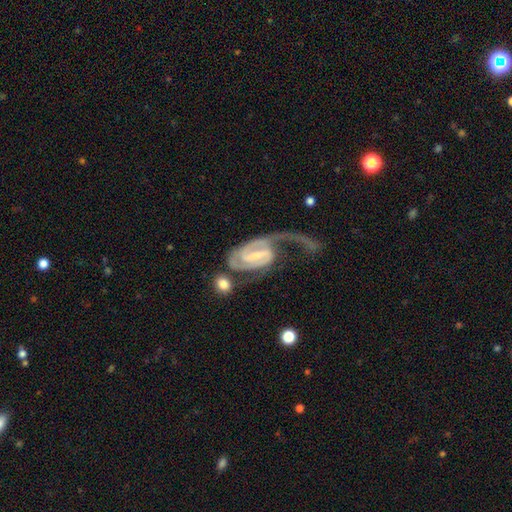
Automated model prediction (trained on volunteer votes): Smooth or featured? Predicted: featured or disk (p=0.89). Edge-on disk? Predicted: no (p=0.97). Bar? Predicted: strong (p=0.45). Spiral arms? Predicted: yes (p=0.96). Spiral winding? Predicted: medium (p=0.42). Spiral arm count? Predicted: 2 (p=0.63). Bulge size? Predicted: small (p=0.54). Merging? Predicted: major disturbance (p=0.47).